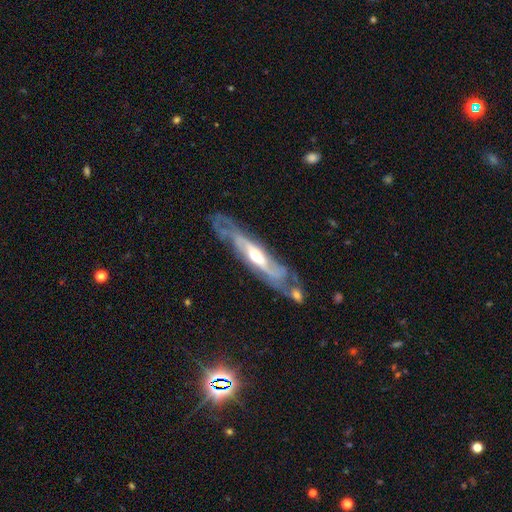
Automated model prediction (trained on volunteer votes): featured or disk 84%, smooth 11%, star or artifact 5%. Down the decision tree: edge-on disk — no (66%); bar — no (45%); spiral arms — yes (90%); bulge size — moderate (65%); merging — none (60%).